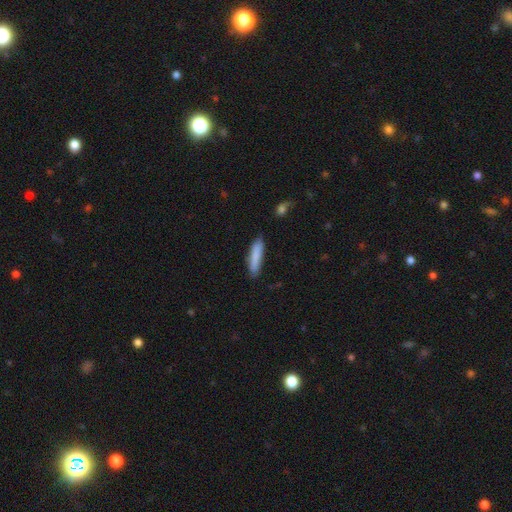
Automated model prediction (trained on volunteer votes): Q: Smooth or featured?
A: smooth (84%); runner-up: featured or disk (10%)
Q: How rounded?
A: cigar-shaped (79%); runner-up: in between (20%)
Q: Merging?
A: none (80%); runner-up: minor disturbance (15%)